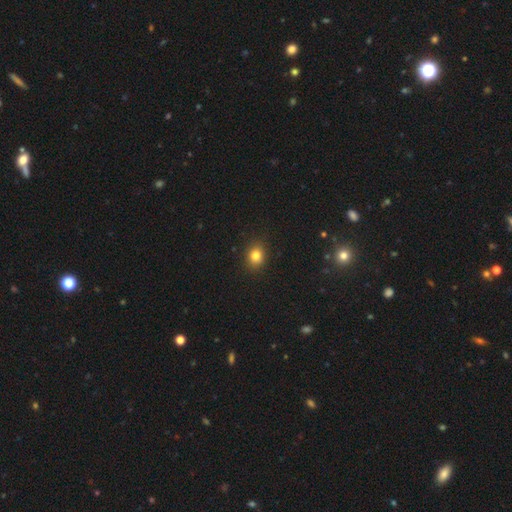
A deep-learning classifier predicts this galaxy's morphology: This is clearly a smooth galaxy (82%). How rounded: likely round (61%). Merging: clearly none (89%).